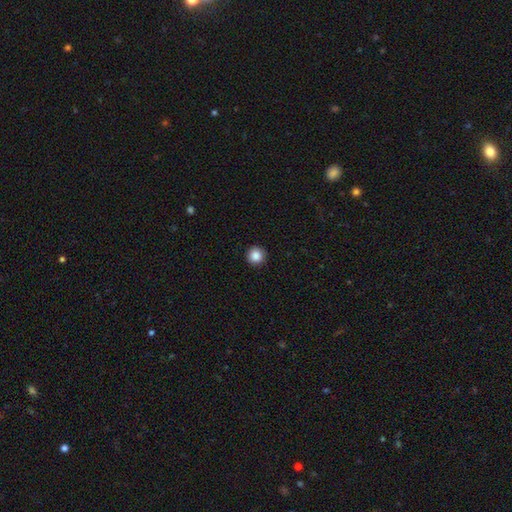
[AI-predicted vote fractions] A smooth galaxy with no disk features (87%) that is round (96%).

Vote fractions:
- Smooth or featured? smooth: 87% / star or artifact: 10% / featured or disk: 4%
- How rounded? round: 96% / in between: 3% / cigar-shaped: 1%
- Merging? none: 92% / minor disturbance: 5% / major disturbance: 2% / merger: 1%